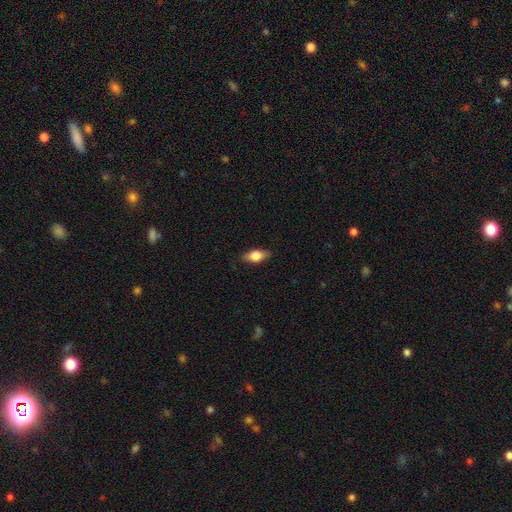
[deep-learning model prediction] This appears to be a smooth galaxy with no disk features (71%) that is in between round and cigar-shaped (83%). Merging: none (85%).